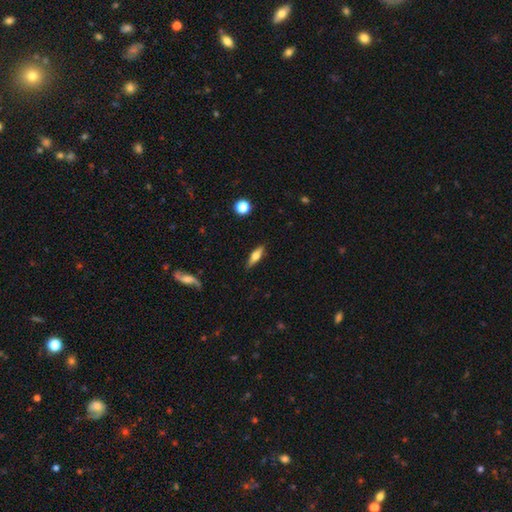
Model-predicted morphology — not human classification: This appears to be a smooth galaxy with no disk features (53%) that is cigar-shaped (52%). Merging: none (87%).